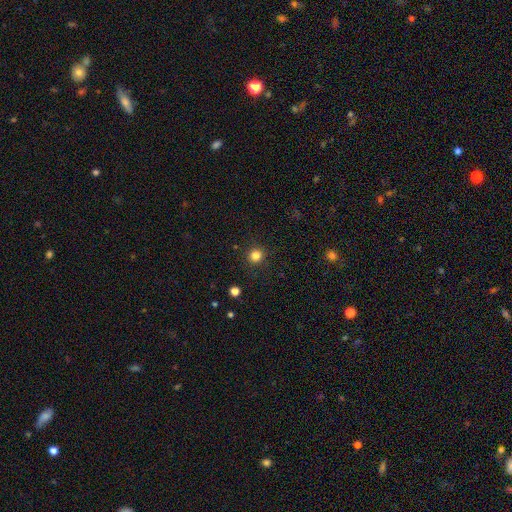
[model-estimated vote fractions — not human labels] Smooth or featured? smooth (83%)
How rounded? round (93%)
Merging? none (91%)